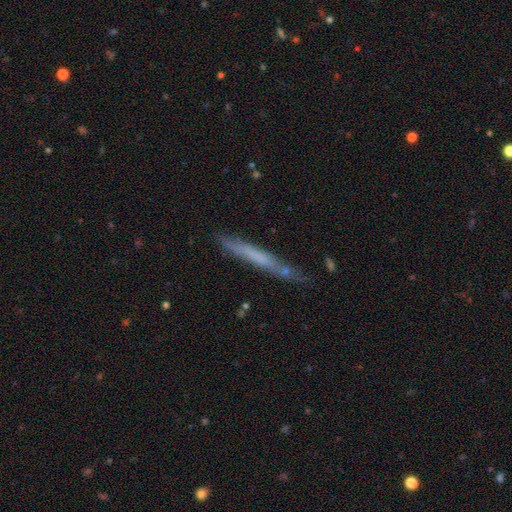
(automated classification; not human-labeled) smooth 50%, featured or disk 43%, star or artifact 7%. Down the decision tree: merging — none (74%).